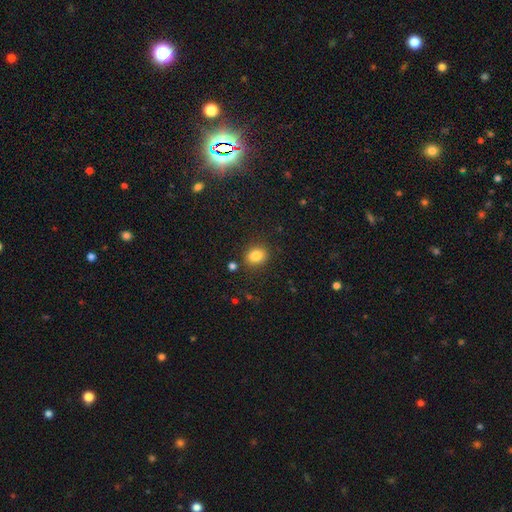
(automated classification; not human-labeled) smooth_or_featured: smooth (p=0.84) [alt: star or artifact p=0.10]
how_rounded: round (p=0.51) [alt: in between p=0.48]
merging: none (p=0.84) [alt: minor disturbance p=0.10]